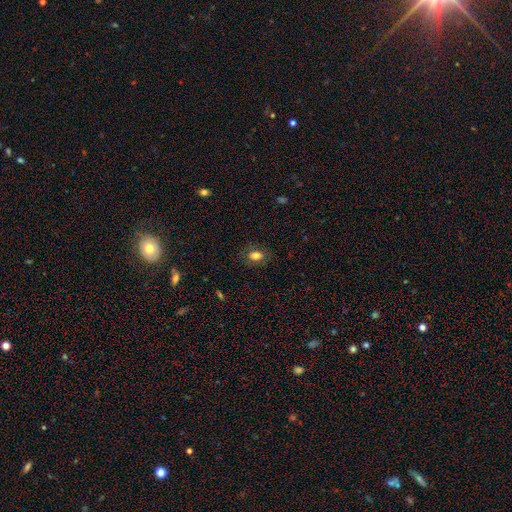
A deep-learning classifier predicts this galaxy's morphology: Smooth or featured?
  - smooth: 77% *
  - featured or disk: 13%
  - star or artifact: 11%
How rounded?
  - in between: 79% *
  - round: 19%
  - cigar-shaped: 2%
Merging?
  - none: 82% *
  - minor disturbance: 13%
  - major disturbance: 4%
  - merger: 1%